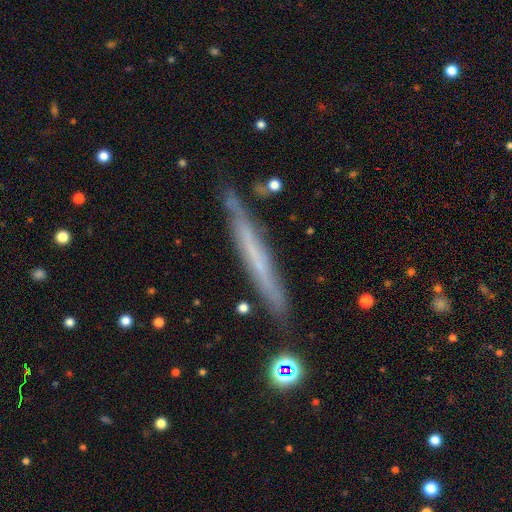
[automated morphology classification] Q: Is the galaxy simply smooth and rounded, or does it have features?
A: featured or disk — 50%.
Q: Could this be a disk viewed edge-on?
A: yes — 93%.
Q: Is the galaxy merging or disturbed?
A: none — 84%.